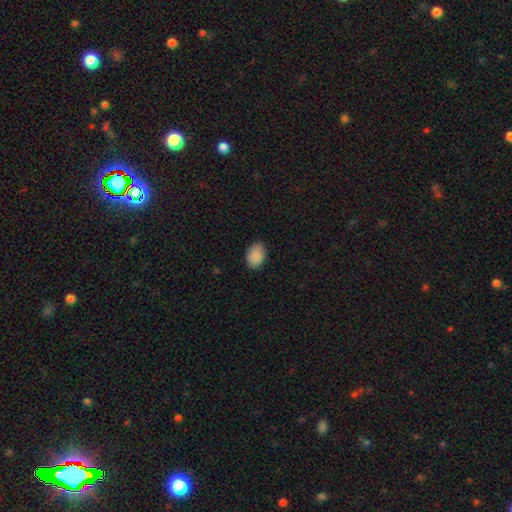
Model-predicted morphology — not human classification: A smooth galaxy with no disk features (89%) that is in between round and cigar-shaped (79%). Merging: none (83%).